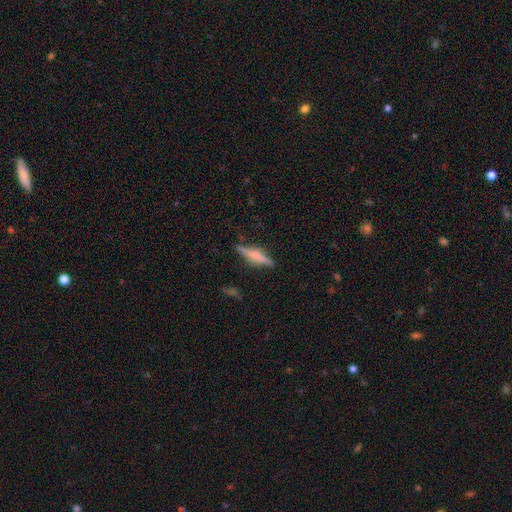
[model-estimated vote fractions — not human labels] A featured or disk galaxy (58%) viewed edge-on (96%) with a rounded central bulge (62%). Merging: none (82%).